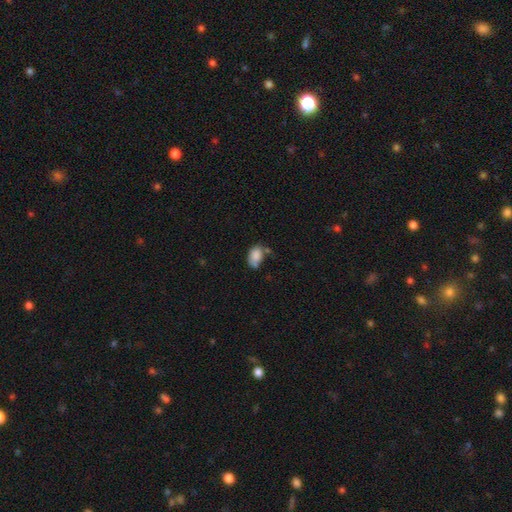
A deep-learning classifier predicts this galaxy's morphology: type=smooth (82%); roundness=in between (82%); merging=none (43%).